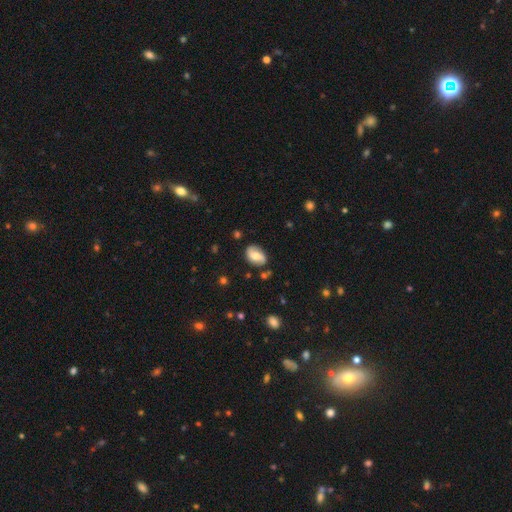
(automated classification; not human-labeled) Smooth or featured?
  - featured or disk: 52% *
  - smooth: 40%
  - star or artifact: 8%
Edge-on disk?
  - no: 96% *
  - yes: 4%
Merging?
  - none: 77% *
  - minor disturbance: 17%
  - major disturbance: 4%
  - merger: 3%